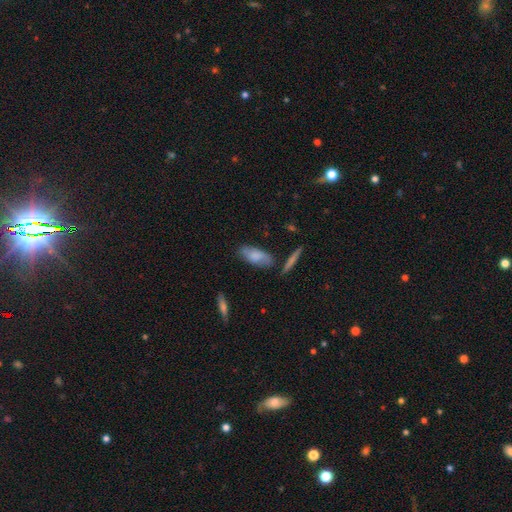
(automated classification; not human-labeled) Q: Smooth or featured?
A: smooth (69%); runner-up: featured or disk (24%)
Q: How rounded?
A: in between (81%); runner-up: cigar-shaped (16%)
Q: Merging?
A: none (66%); runner-up: minor disturbance (23%)